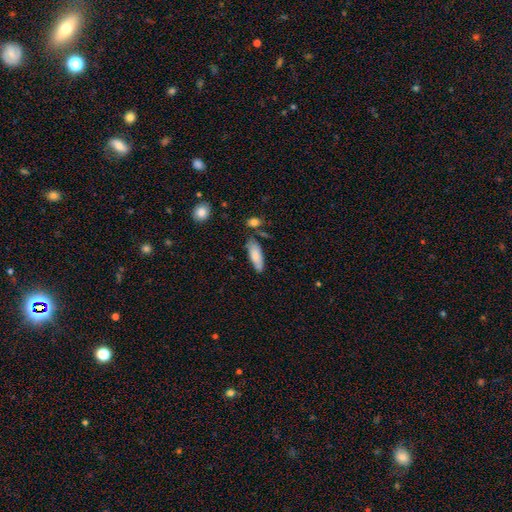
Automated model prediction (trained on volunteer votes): Smooth or featured?
  - smooth: 78% *
  - featured or disk: 16%
  - star or artifact: 6%
How rounded?
  - in between: 62% *
  - cigar-shaped: 36%
  - round: 2%
Merging?
  - none: 68% *
  - minor disturbance: 21%
  - merger: 7%
  - major disturbance: 4%